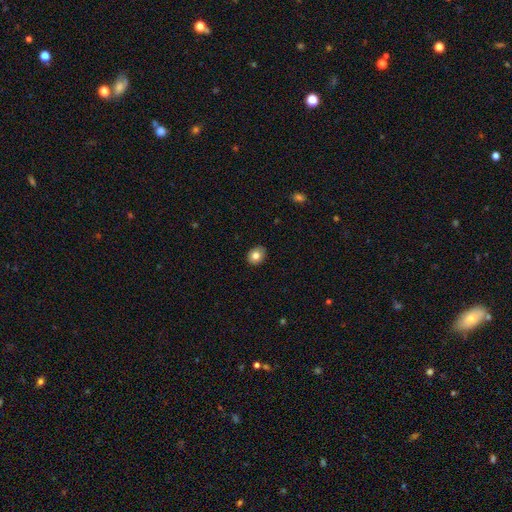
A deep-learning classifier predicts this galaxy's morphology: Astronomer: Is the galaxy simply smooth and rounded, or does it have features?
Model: smooth — 78%.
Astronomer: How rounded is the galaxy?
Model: round — 57% (runner-up: in between, 42%).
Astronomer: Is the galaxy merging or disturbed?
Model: none — 88%.